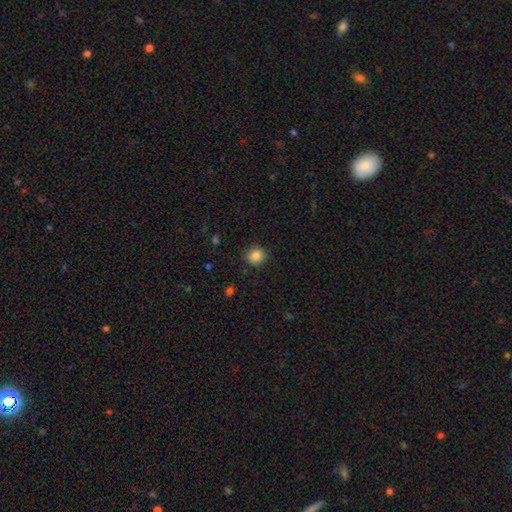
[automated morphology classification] type=smooth (85%); roundness=round (82%); merging=none (87%).